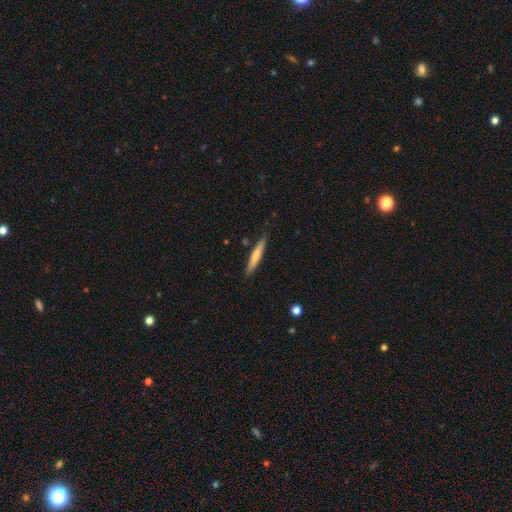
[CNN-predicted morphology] A smooth galaxy with no disk features (67%) that is cigar-shaped (94%). Merging: none (87%).